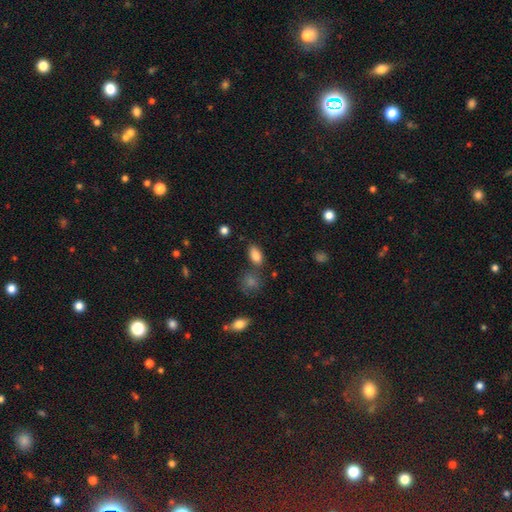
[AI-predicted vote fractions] Morphology: type=smooth (84%); roundness=in between (89%); merging=none (72%).